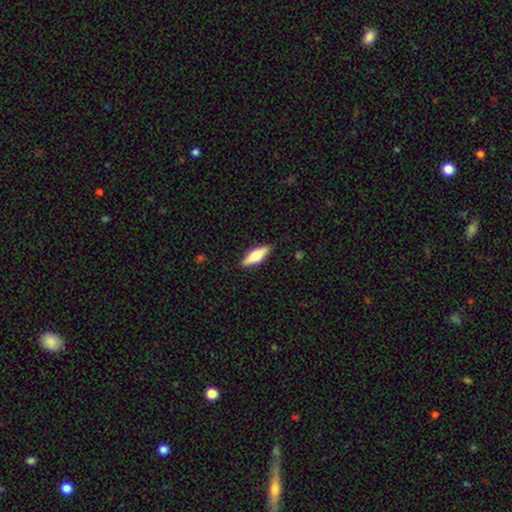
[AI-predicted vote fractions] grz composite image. It shows a smooth galaxy with no disk features (56%) that is in between round and cigar-shaped (61%). Merging: none (88%).